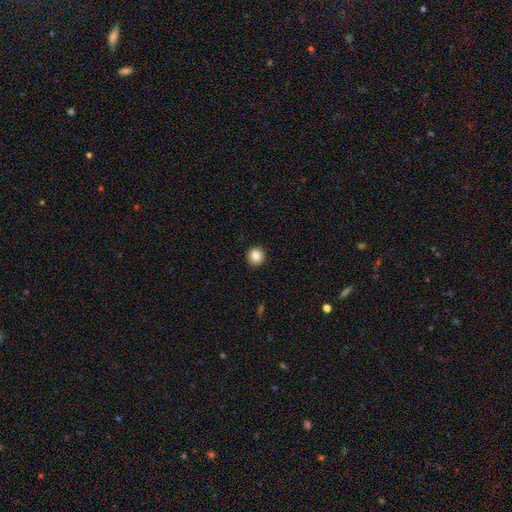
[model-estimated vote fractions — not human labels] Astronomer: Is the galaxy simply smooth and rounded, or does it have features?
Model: smooth — 85%.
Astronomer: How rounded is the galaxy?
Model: round — 92%.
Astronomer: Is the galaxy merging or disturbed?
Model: none — 93%.